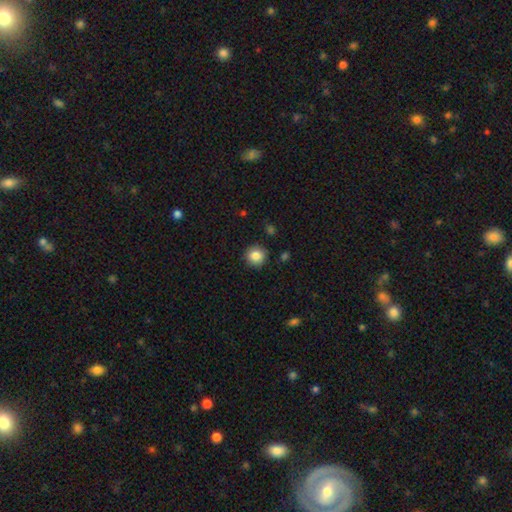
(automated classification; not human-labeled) Morphology: type=smooth (85%); roundness=round (93%); merging=none (89%).